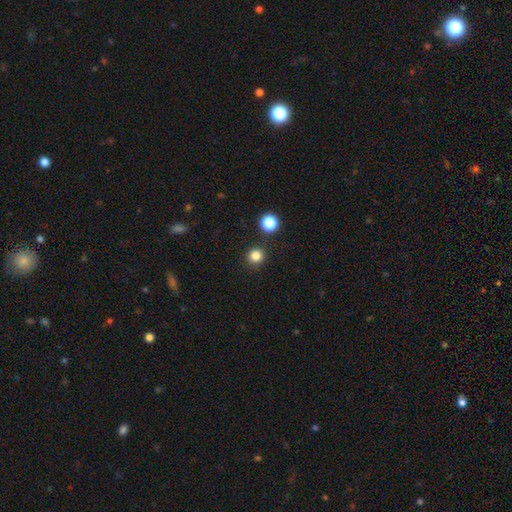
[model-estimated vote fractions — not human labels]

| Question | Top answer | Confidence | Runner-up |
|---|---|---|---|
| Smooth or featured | smooth | 83% | star or artifact (13%) |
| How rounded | round | 92% | in between (7%) |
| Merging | none | 89% | minor disturbance (6%) |